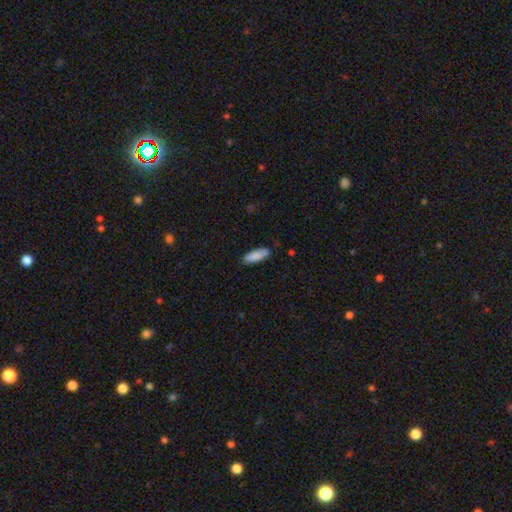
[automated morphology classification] Smooth or featured: smooth — 87% (featured or disk — 8%)
How rounded: in between — 66% (cigar-shaped — 33%)
Merging: none — 85% (minor disturbance — 12%)